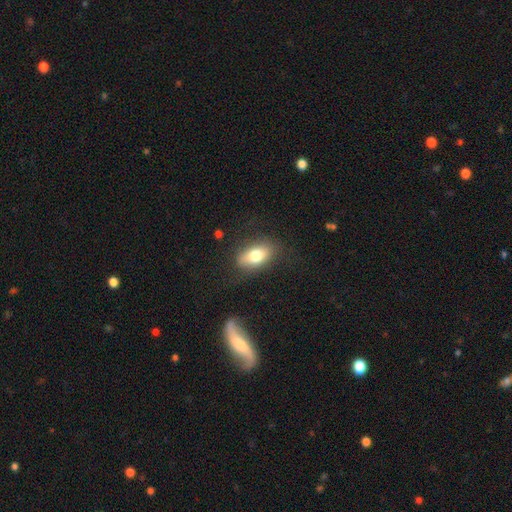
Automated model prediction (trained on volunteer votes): smooth 74%, featured or disk 19%, star or artifact 8%. Down the decision tree: how rounded — in between (87%); merging — none (79%).